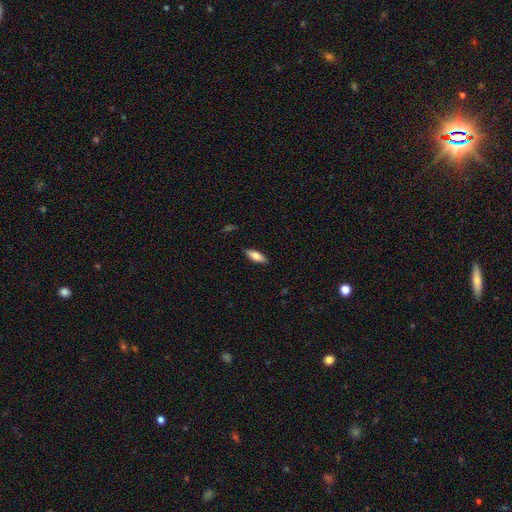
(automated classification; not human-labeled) Morphology: type=smooth (75%); roundness=in between (63%); merging=none (88%).